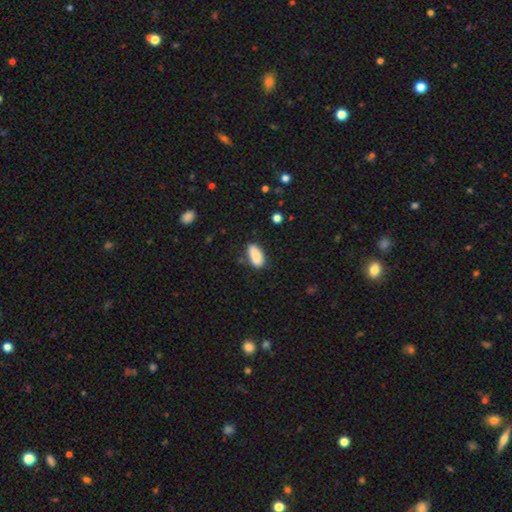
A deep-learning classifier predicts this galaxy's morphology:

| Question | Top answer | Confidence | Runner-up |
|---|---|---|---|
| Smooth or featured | smooth | 85% | featured or disk (8%) |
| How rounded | in between | 89% | cigar-shaped (8%) |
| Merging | none | 78% | minor disturbance (16%) |